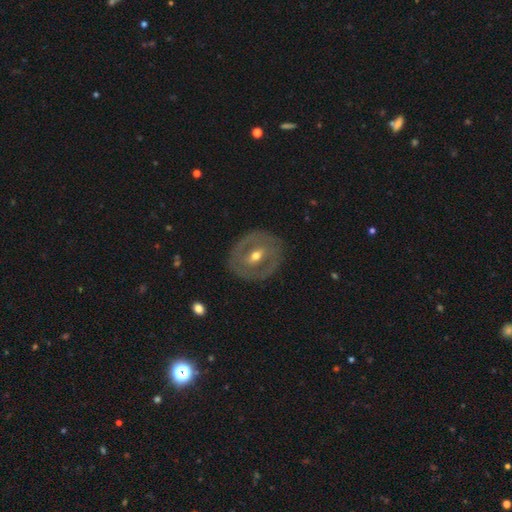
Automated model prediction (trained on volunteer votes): Smooth or featured: featured or disk — 69% (smooth — 25%)
Edge-on disk: no — 93% (yes — 7%)
Bar: weak — 43% (strong — 30%)
Spiral arms: no — 62% (yes — 38%)
Bulge size: moderate — 71% (small — 23%)
Merging: none — 82% (minor disturbance — 12%)